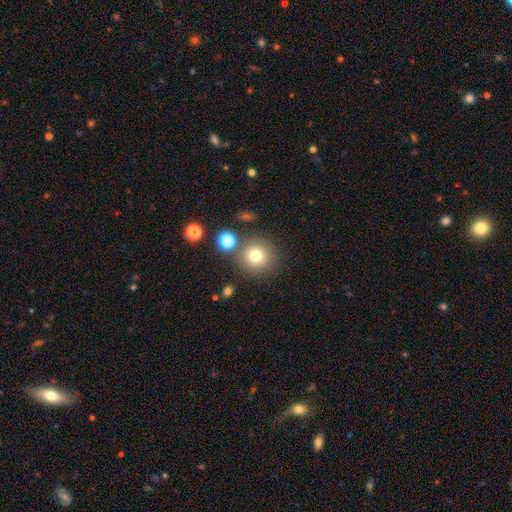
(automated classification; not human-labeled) Overall: smooth (77%). How rounded: round (94%). Merging: none (81%).